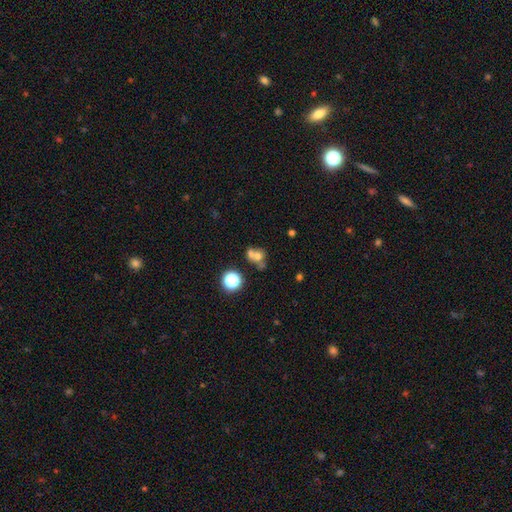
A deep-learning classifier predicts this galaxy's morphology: Smooth or featured: smooth — 62% (featured or disk — 20%)
How rounded: round — 71% (in between — 28%)
Merging: merger — 58% (none — 29%)